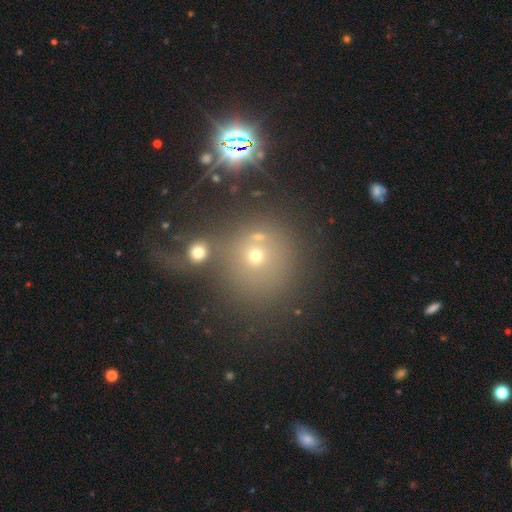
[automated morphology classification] type=smooth (51%); roundness=round (91%); merging=none (57%).